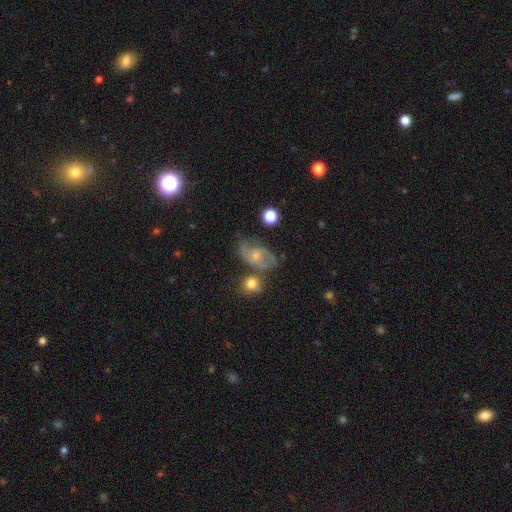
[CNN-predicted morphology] smooth-or-featured: featured or disk: 74% | smooth: 18% | star or artifact: 8%
  disk-edge-on: no: 97% | yes: 3%
    bar: no: 60% | weak: 34% | strong: 5%
    has-spiral-arms: yes: 92% | no: 8%
      spiral-winding: medium: 52% | loose: 28% | tight: 20%
      spiral-arm-count: 2: 82% | can't tell: 8% | 3: 5% | 1: 3% | 4: 2% | more than 4: 2%
    bulge-size: small: 61% | moderate: 31% | none: 5% | large: 2% | dominant: 1%
  merging: none: 54% | minor disturbance: 22% | merger: 12% | major disturbance: 12%